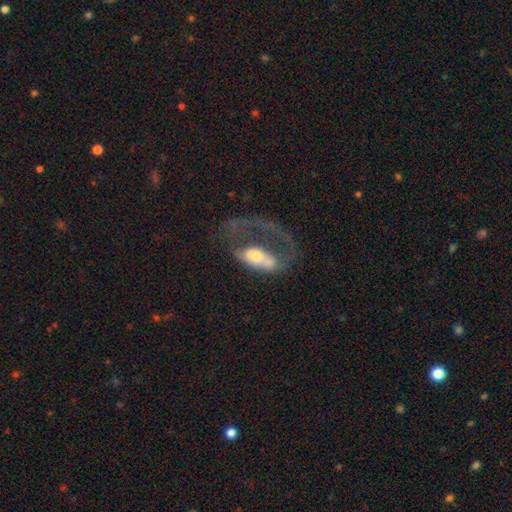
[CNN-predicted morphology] Overall: featured or disk (52%; smooth 41%). Edge-on disk: no (88%). Merging: major disturbance (62%).